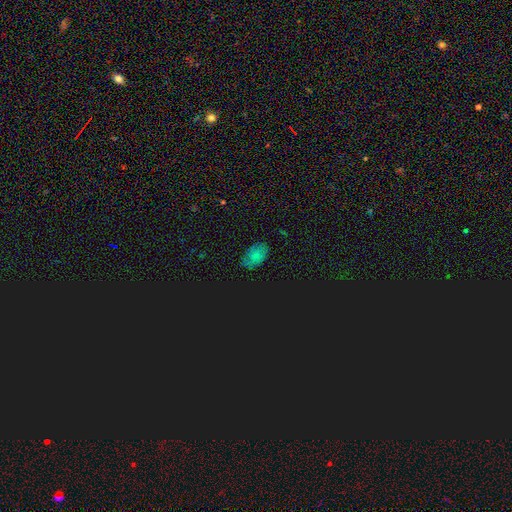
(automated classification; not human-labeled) The model was most divided on "smooth or featured": smooth: 52%, star or artifact: 31%, featured or disk: 17%. More confident: how rounded — in between (90%); merging — none (76%).